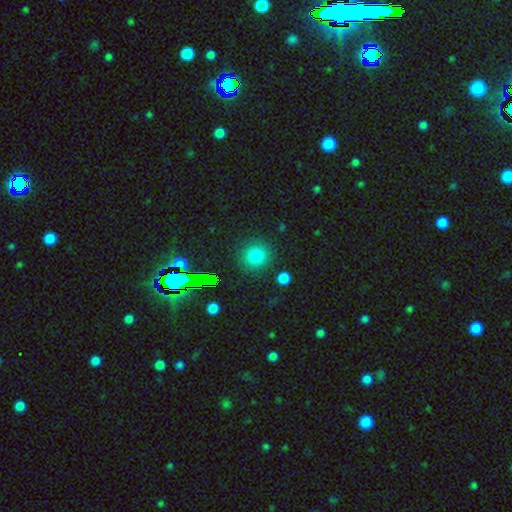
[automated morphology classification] Smooth or featured? smooth (77%)
How rounded? round (92%)
Merging? none (86%)